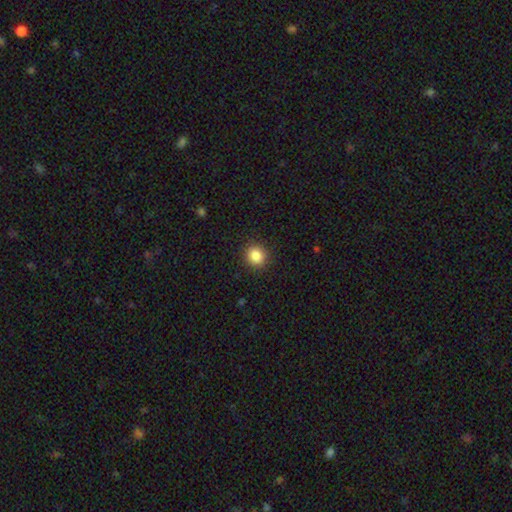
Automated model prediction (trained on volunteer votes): A smooth galaxy with no disk features (86%) that is round (85%). Merging: none (90%).